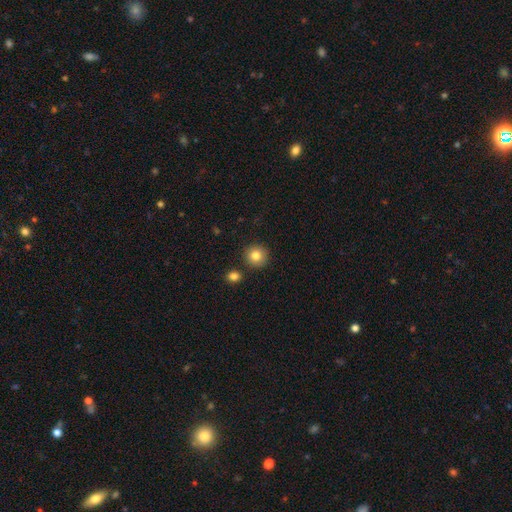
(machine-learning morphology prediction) A smooth galaxy with no disk features (83%) that is round (92%).

Vote fractions:
- Smooth or featured? smooth: 83% / star or artifact: 9% / featured or disk: 7%
- How rounded? round: 92% / in between: 7% / cigar-shaped: 1%
- Merging? none: 87% / minor disturbance: 7% / merger: 5% / major disturbance: 2%